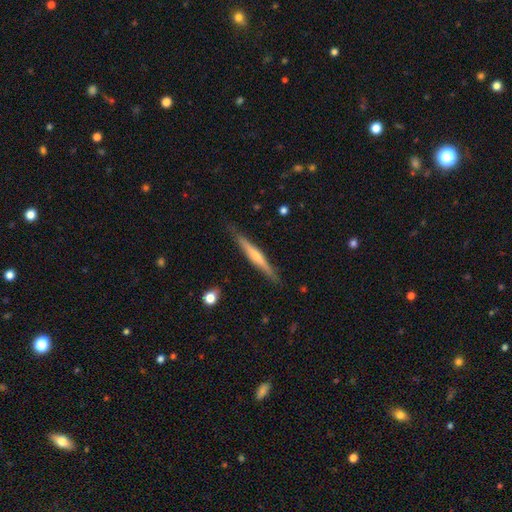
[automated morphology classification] Smooth or featured? Predicted: featured or disk (p=0.63). Edge-on disk? Predicted: yes (p=0.97). Edge-on bulge? Predicted: rounded (p=0.65). Merging? Predicted: none (p=0.87).